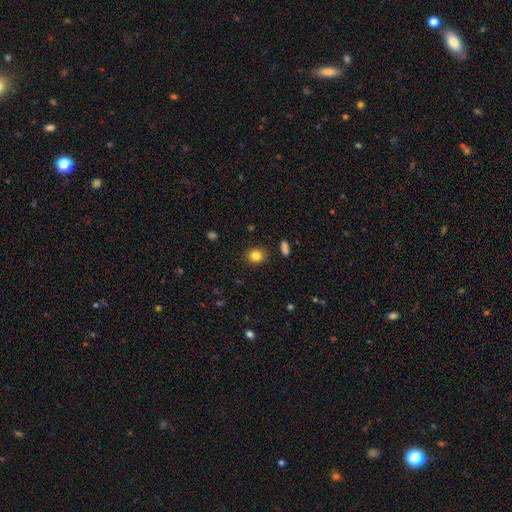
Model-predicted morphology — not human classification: A smooth galaxy with no disk features (83%) that is round (76%). Merging: none (90%).